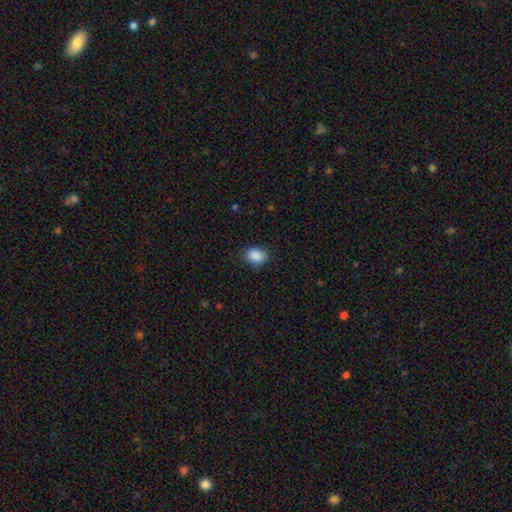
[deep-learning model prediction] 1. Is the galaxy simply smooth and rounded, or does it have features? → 89% smooth, 8% star or artifact, 3% featured or disk.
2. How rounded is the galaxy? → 60% in between, 39% round, 1% cigar-shaped.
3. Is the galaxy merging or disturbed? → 85% none, 12% minor disturbance, 3% major disturbance, 1% merger.